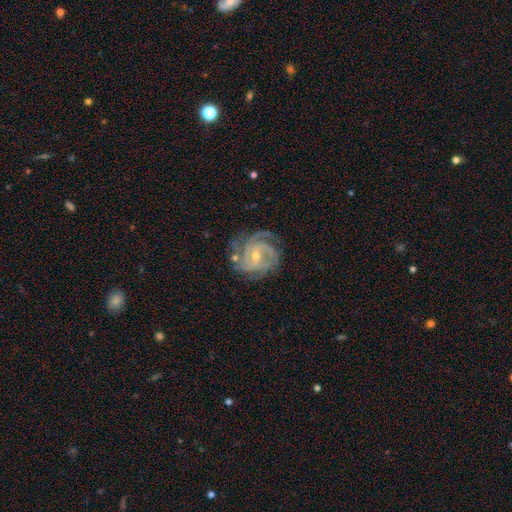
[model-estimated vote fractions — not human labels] Smooth or featured?
  - featured or disk: 91% *
  - star or artifact: 5%
  - smooth: 4%
Edge-on disk?
  - no: 98% *
  - yes: 2%
Bar?
  - weak: 45% *
  - no: 39%
  - strong: 16%
Spiral arms?
  - yes: 98% *
  - no: 2%
Spiral winding?
  - tight: 65% *
  - medium: 30%
  - loose: 4%
Spiral arm count?
  - 3: 43% *
  - 4: 20%
  - 2: 15%
  - can't tell: 12%
  - more than 4: 5%
  - 1: 5%
Bulge size?
  - small: 55% *
  - moderate: 42%
  - large: 1%
  - none: 1%
  - dominant: 1%
Merging?
  - none: 71% *
  - minor disturbance: 19%
  - major disturbance: 7%
  - merger: 2%